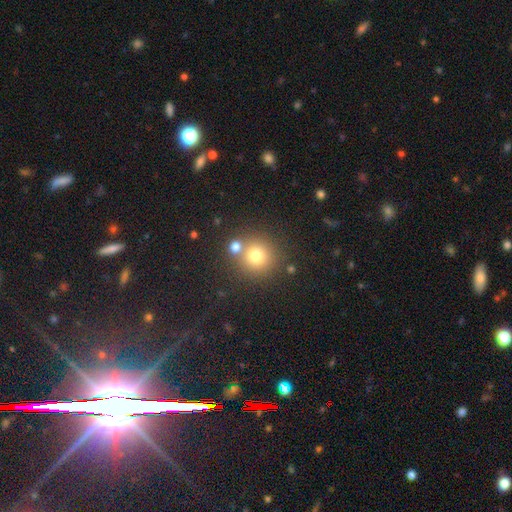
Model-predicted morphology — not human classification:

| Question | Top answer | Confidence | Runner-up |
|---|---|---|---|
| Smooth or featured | smooth | 75% | star or artifact (15%) |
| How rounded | round | 93% | in between (6%) |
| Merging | none | 71% | merger (18%) |